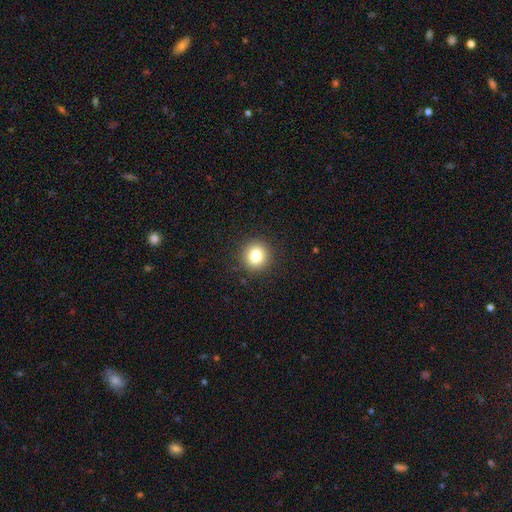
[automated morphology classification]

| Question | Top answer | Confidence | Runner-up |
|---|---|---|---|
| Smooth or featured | smooth | 82% | star or artifact (11%) |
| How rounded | round | 90% | in between (9%) |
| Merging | none | 91% | minor disturbance (6%) |